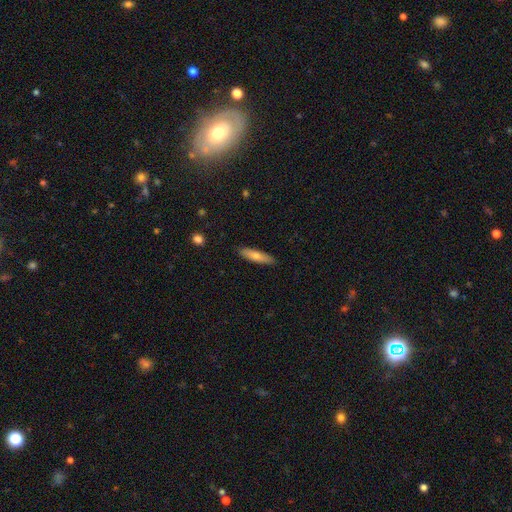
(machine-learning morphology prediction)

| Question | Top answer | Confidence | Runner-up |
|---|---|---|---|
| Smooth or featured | smooth | 73% | featured or disk (21%) |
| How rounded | cigar-shaped | 72% | in between (26%) |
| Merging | none | 88% | minor disturbance (9%) |